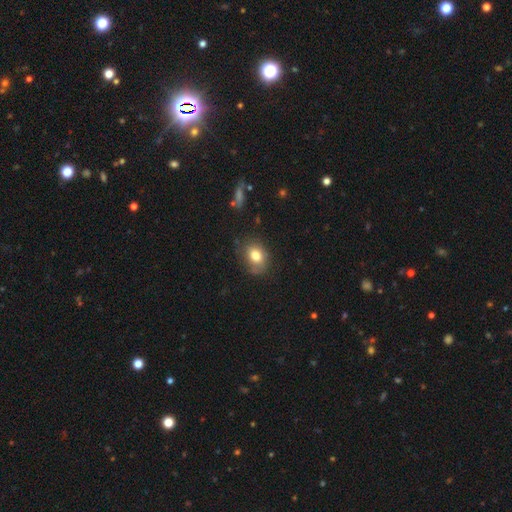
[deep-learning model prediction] Overall: smooth (78%). How rounded: in between (60%; round 39%). Merging: none (73%).